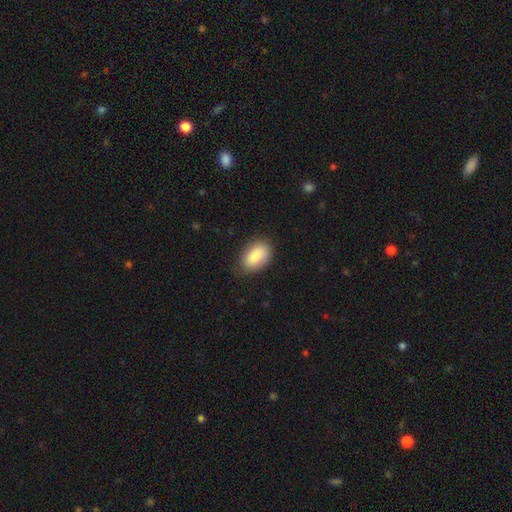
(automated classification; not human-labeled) Morphology: type=smooth (89%); roundness=in between (92%); merging=none (80%).